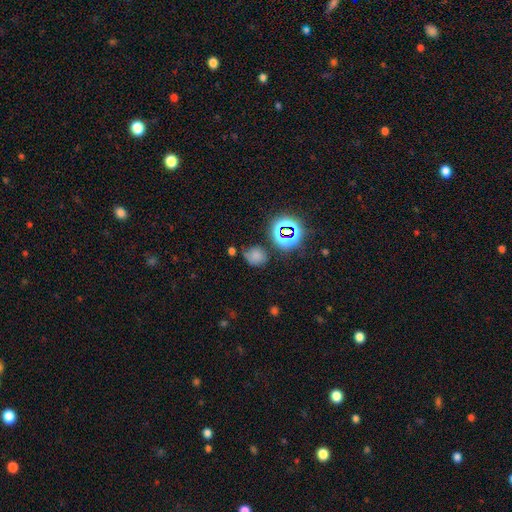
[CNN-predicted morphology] Smooth or featured?
  - smooth: 62% *
  - star or artifact: 28%
  - featured or disk: 10%
How rounded?
  - round: 68% *
  - in between: 31%
  - cigar-shaped: 1%
Merging?
  - none: 59% *
  - minor disturbance: 23%
  - merger: 10%
  - major disturbance: 9%